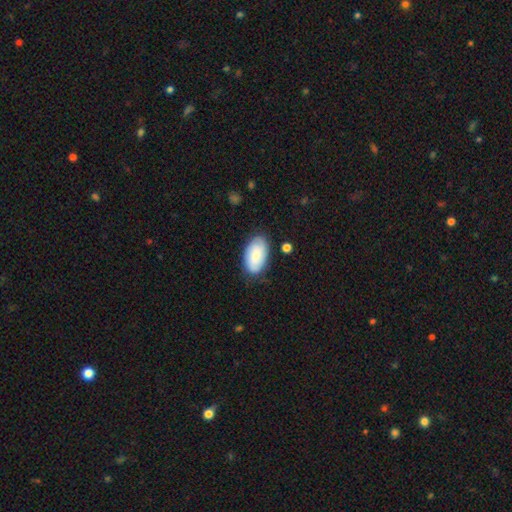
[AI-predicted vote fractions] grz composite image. It shows a smooth galaxy with no disk features (77%) that is in between round and cigar-shaped (95%). Merging: none (77%).